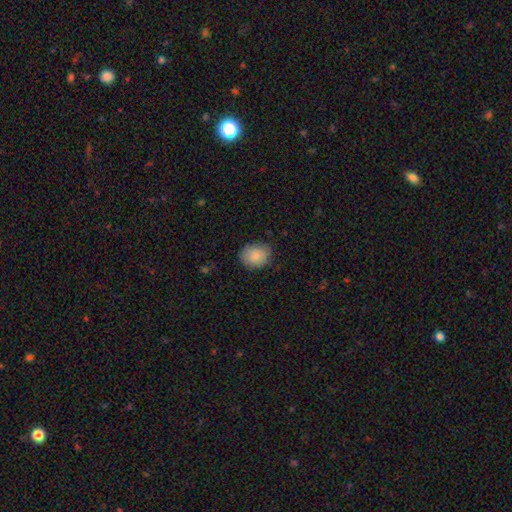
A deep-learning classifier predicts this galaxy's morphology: type=smooth (87%); roundness=round (54%); merging=none (80%).